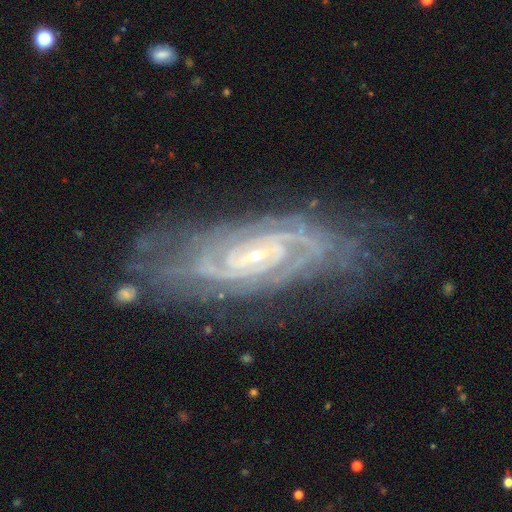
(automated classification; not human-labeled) Smooth or featured: featured or disk — 89% (star or artifact — 6%)
Edge-on disk: no — 92% (yes — 8%)
Bar: no — 51% (weak — 35%)
Spiral arms: yes — 97% (no — 3%)
Spiral winding: tight — 69% (medium — 26%)
Spiral arm count: 2 — 32% (can't tell — 30%)
Bulge size: small — 79% (moderate — 17%)
Merging: none — 71% (minor disturbance — 19%)